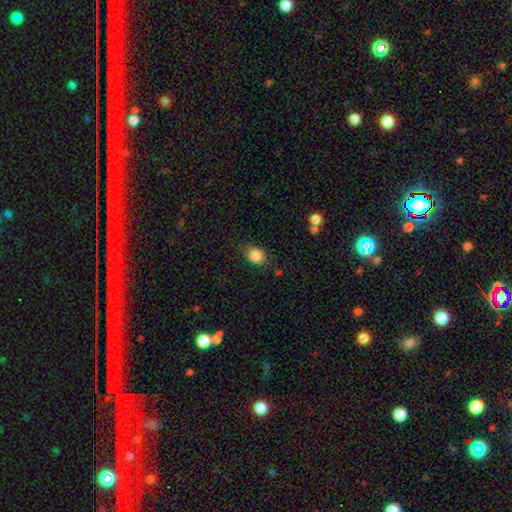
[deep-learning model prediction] Smooth or featured? Predicted: smooth (p=0.86). How rounded? Predicted: in between (p=0.52). Merging? Predicted: none (p=0.75).